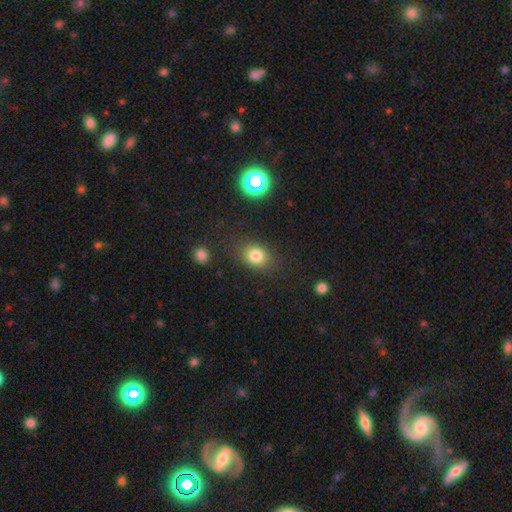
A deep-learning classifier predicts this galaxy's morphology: Smooth or featured? Predicted: smooth (p=0.79). How rounded? Predicted: in between (p=0.53). Merging? Predicted: none (p=0.79).